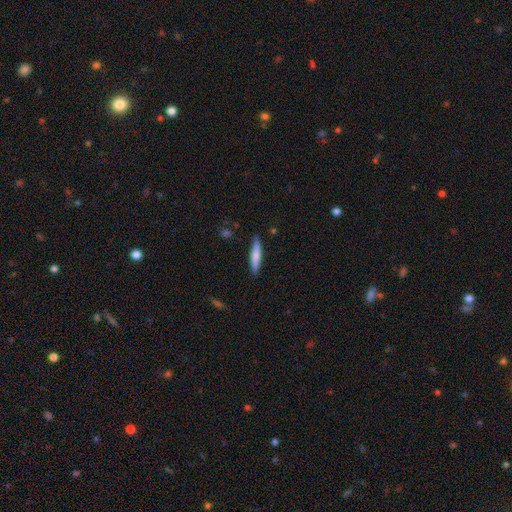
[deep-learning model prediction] This is likely a smooth galaxy (70%). How rounded: clearly cigar-shaped (88%). Merging: clearly none (86%).